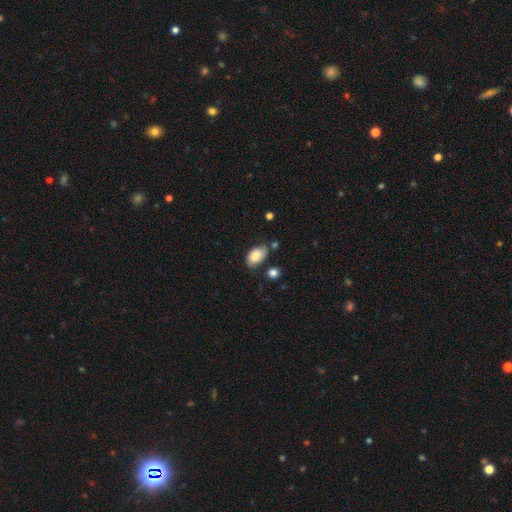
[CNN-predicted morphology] The model was most divided on "merging": none: 59%, minor disturbance: 27%, merger: 7%, major disturbance: 7%. More confident: how rounded — in between (91%); smooth or featured — smooth (80%).